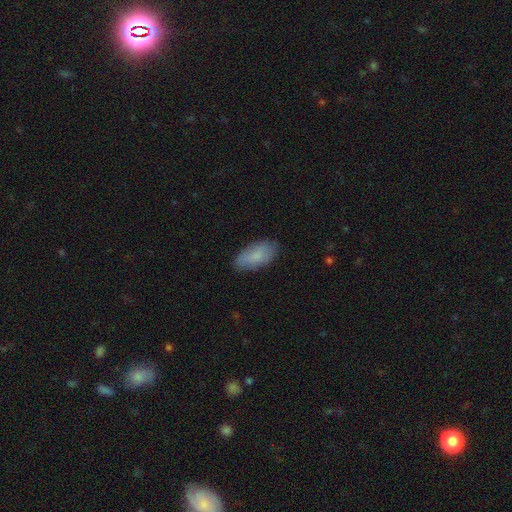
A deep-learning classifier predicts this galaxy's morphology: This appears to be a smooth galaxy with no disk features (84%) that is in between round and cigar-shaped (90%). Merging: none (82%).